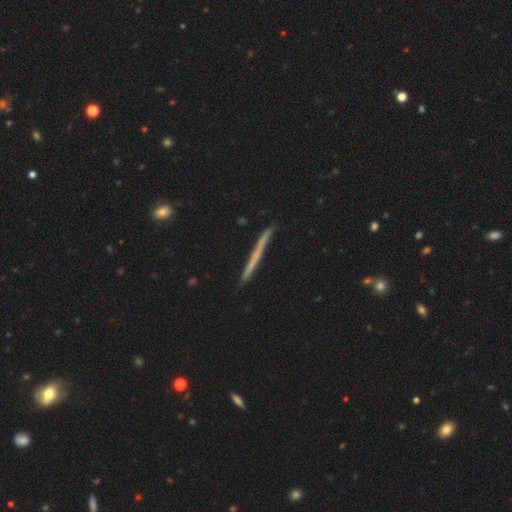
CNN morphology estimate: This appears to be a featured or disk galaxy (49%). Merging: none (90%).